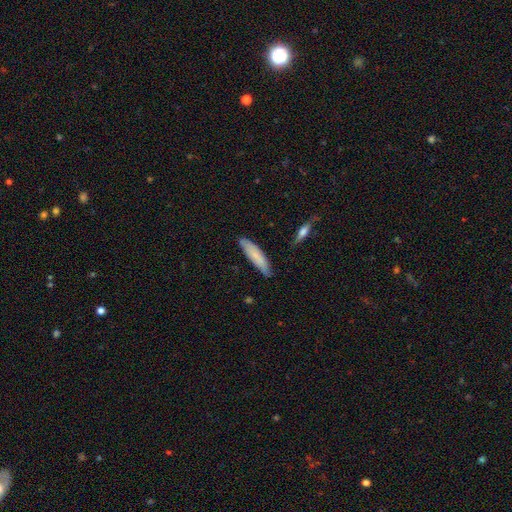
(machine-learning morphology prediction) smooth_or_featured: smooth (p=0.75) [alt: featured or disk p=0.18]
how_rounded: cigar-shaped (p=0.69) [alt: in between p=0.29]
merging: none (p=0.77) [alt: minor disturbance p=0.18]